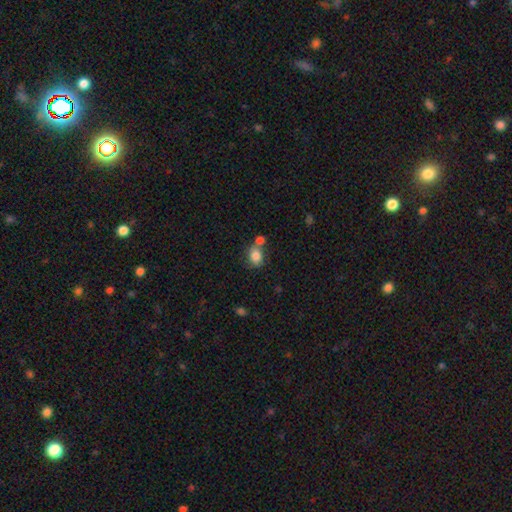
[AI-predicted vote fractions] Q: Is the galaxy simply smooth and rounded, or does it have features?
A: smooth — 82%.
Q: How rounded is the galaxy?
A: in between — 57%.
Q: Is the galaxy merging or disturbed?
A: none — 49%.